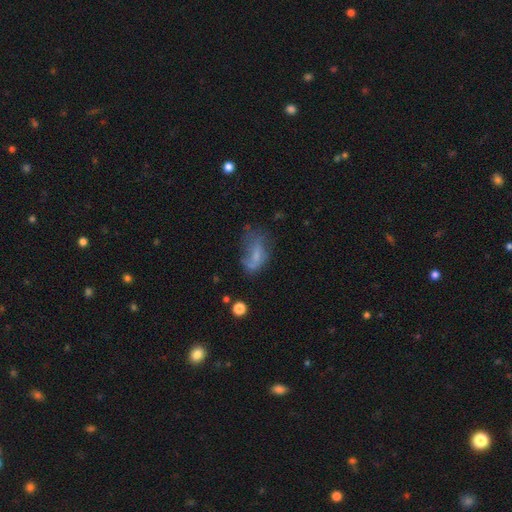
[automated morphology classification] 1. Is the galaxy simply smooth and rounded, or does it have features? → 49% smooth, 38% featured or disk, 12% star or artifact.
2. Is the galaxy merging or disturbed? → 34% major disturbance, 33% none, 28% minor disturbance, 5% merger.